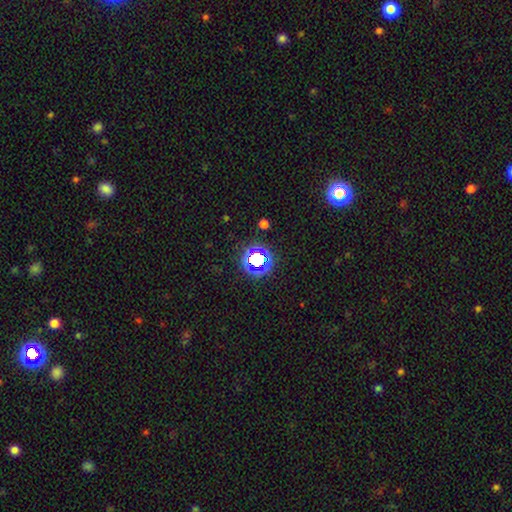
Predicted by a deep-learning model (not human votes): The model was most divided on "smooth or featured": star or artifact: 70%, smooth: 22%, featured or disk: 7%.